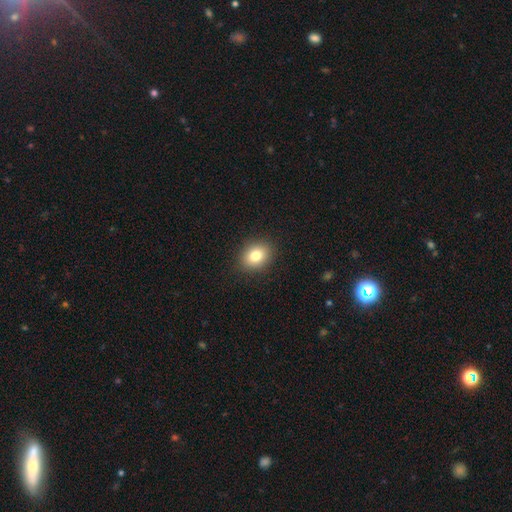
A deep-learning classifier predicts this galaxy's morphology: Smooth or featured: smooth — 81% (star or artifact — 10%)
How rounded: in between — 53% (round — 46%)
Merging: none — 90% (minor disturbance — 7%)